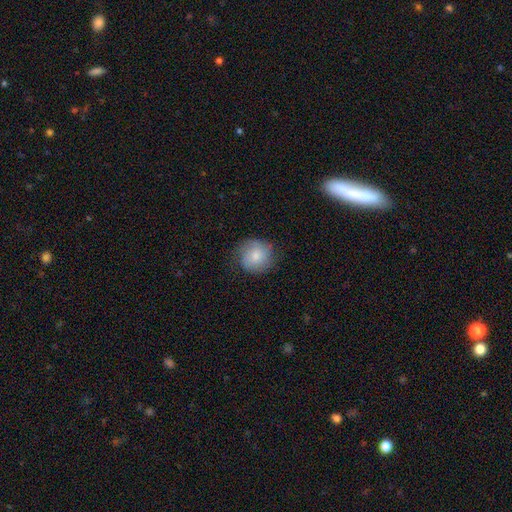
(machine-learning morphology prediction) Smooth or featured: smooth — 74% (featured or disk — 19%)
How rounded: round — 87% (in between — 12%)
Merging: none — 71% (minor disturbance — 21%)